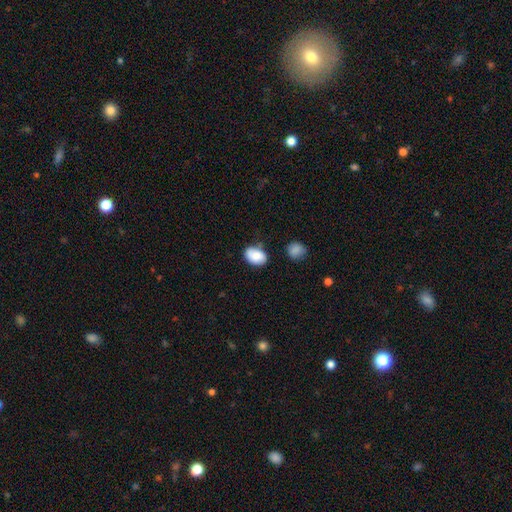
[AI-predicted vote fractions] Morphology: type=smooth (83%); roundness=in between (79%); merging=none (65%).